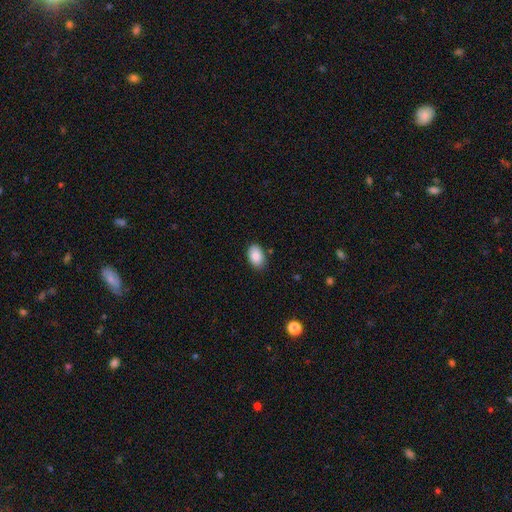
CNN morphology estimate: Q: Smooth or featured?
A: smooth (88%); runner-up: star or artifact (7%)
Q: How rounded?
A: in between (90%); runner-up: round (9%)
Q: Merging?
A: none (84%); runner-up: minor disturbance (12%)